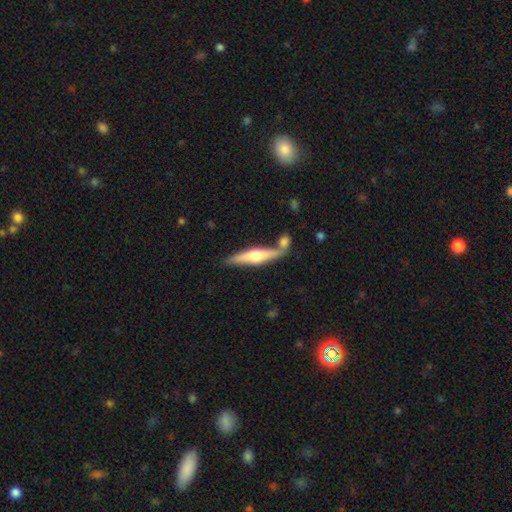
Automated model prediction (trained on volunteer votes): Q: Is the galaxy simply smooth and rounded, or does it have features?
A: featured or disk — 54%.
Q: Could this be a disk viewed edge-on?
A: yes — 94%.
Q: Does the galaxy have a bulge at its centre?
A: rounded — 87%.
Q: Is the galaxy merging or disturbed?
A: none — 67%.